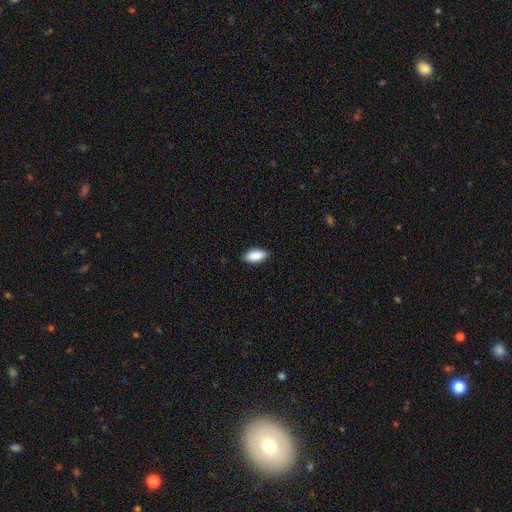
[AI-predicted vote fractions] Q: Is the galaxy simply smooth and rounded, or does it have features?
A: smooth — 88%.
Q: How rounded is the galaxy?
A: in between — 87%.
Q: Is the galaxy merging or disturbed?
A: none — 87%.